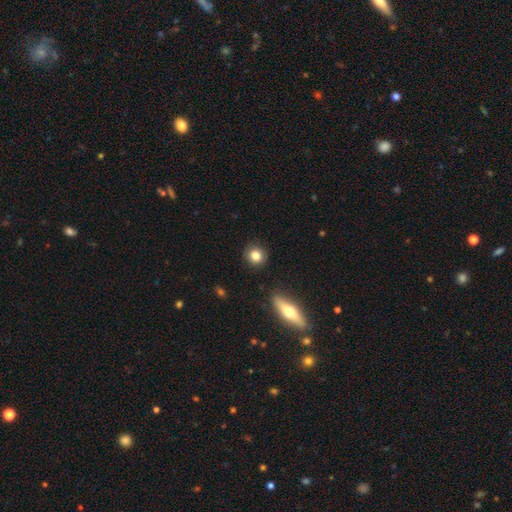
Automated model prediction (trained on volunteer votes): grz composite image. It shows a smooth galaxy with no disk features (82%) that is round (90%). Merging: none (89%).